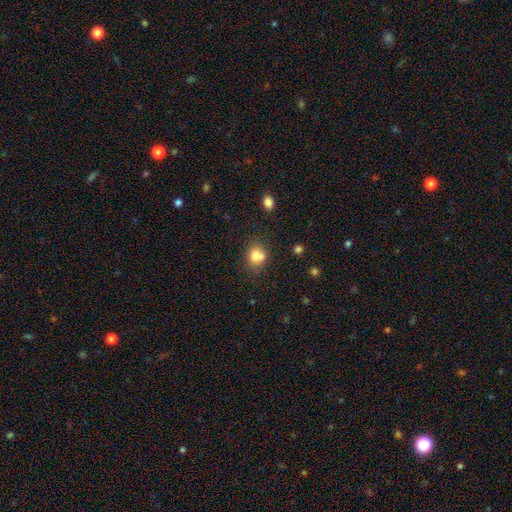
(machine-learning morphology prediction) Smooth or featured? Predicted: smooth (p=0.78). How rounded? Predicted: round (p=0.68). Merging? Predicted: none (p=0.56).